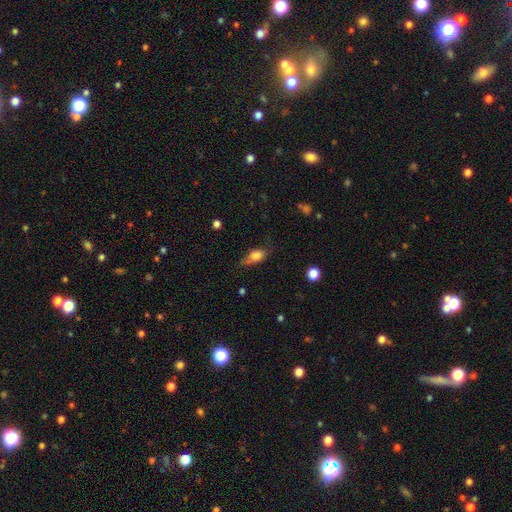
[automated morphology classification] smooth_or_featured: smooth (p=0.75) [alt: featured or disk p=0.15]
how_rounded: in between (p=0.78) [alt: round p=0.12]
merging: none (p=0.48) [alt: minor disturbance p=0.34]